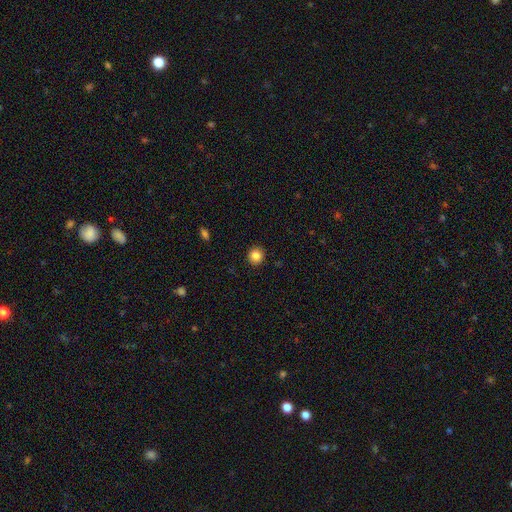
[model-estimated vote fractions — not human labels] Smooth or featured? smooth (85%)
How rounded? round (92%)
Merging? none (92%)